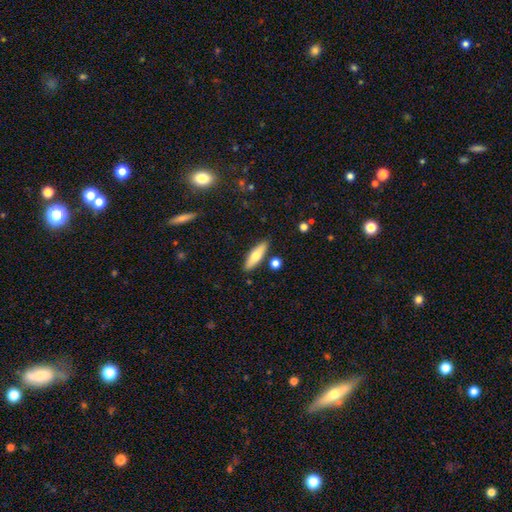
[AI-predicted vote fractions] smooth 65%, featured or disk 28%, star or artifact 6%. Down the decision tree: how rounded — cigar-shaped (55%); merging — none (85%).